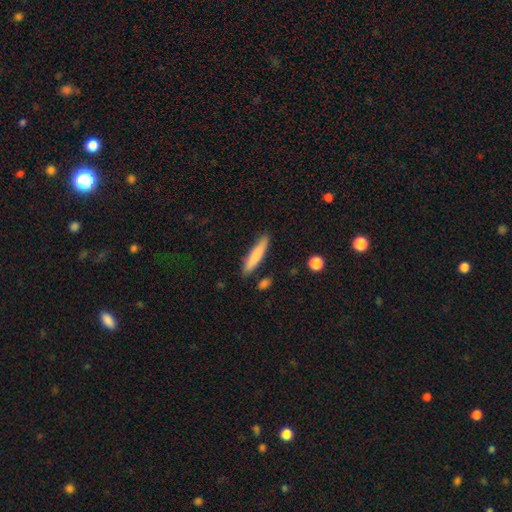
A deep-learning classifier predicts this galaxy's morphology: This appears to be a smooth galaxy with no disk features (78%) that is cigar-shaped (88%). Merging: none (86%).